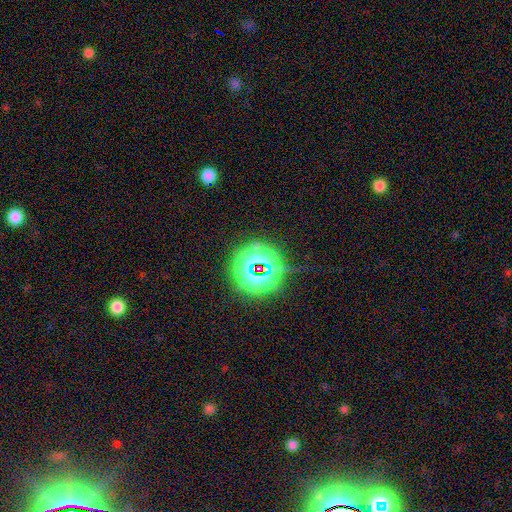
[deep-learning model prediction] Smooth or featured: star or artifact — 81% (smooth — 12%)